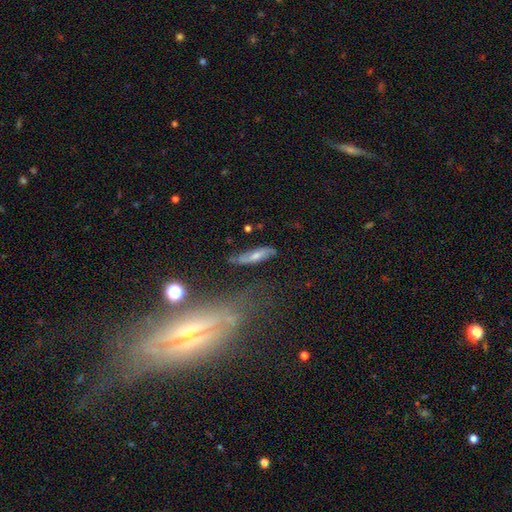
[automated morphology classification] The model was most divided on "smooth or featured": featured or disk: 52%, smooth: 37%, star or artifact: 11%. More confident: edge-on disk — no (64%); merging — none (63%).